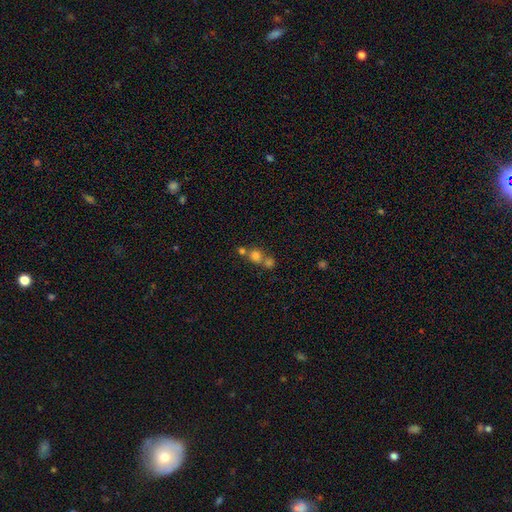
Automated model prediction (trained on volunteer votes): smooth_or_featured: smooth (p=0.74) [alt: star or artifact p=0.16]
how_rounded: round (p=0.83) [alt: in between p=0.16]
merging: merger (p=0.46) [alt: none p=0.44]